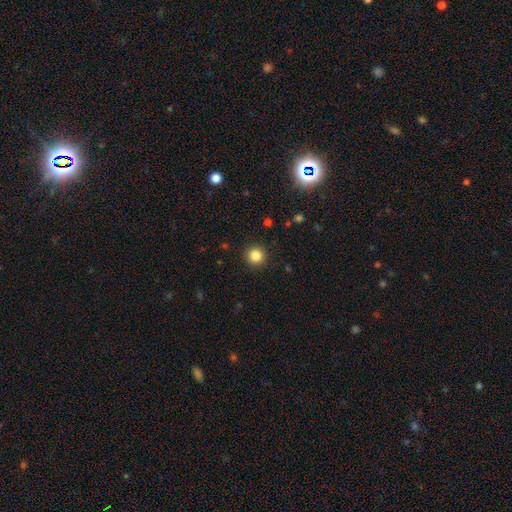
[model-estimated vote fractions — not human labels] A smooth galaxy with no disk features (84%) that is round (95%).

Vote fractions:
- Smooth or featured? smooth: 84% / star or artifact: 12% / featured or disk: 4%
- How rounded? round: 95% / in between: 4% / cigar-shaped: 1%
- Merging? none: 92% / minor disturbance: 5% / major disturbance: 2% / merger: 1%